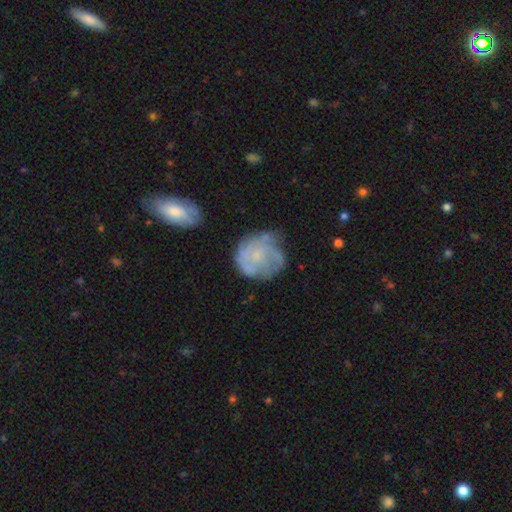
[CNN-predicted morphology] This appears to be a featured or disk galaxy (54%) with no bar (82%), spiral arms (64%) and a small central bulge (57%). Merging: none (58%).